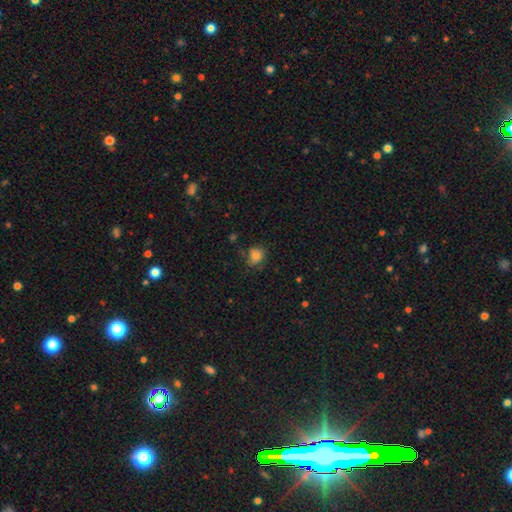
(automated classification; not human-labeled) Smooth or featured: smooth — 80% (star or artifact — 13%)
How rounded: round — 70% (in between — 29%)
Merging: none — 68% (minor disturbance — 23%)